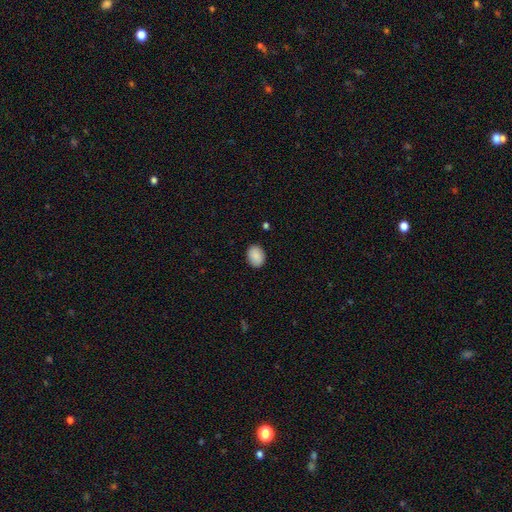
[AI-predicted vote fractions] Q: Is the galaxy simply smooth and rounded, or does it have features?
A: smooth — 89%.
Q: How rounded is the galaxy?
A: in between — 63%.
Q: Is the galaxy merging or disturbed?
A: none — 88%.